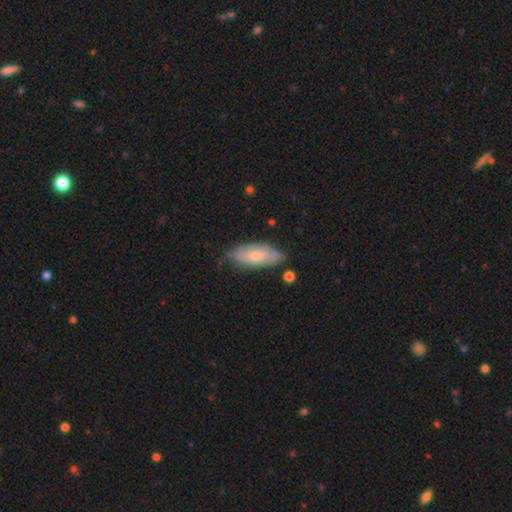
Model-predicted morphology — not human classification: Smooth or featured? Predicted: smooth (p=0.64). How rounded? Predicted: in between (p=0.83). Merging? Predicted: none (p=0.65).